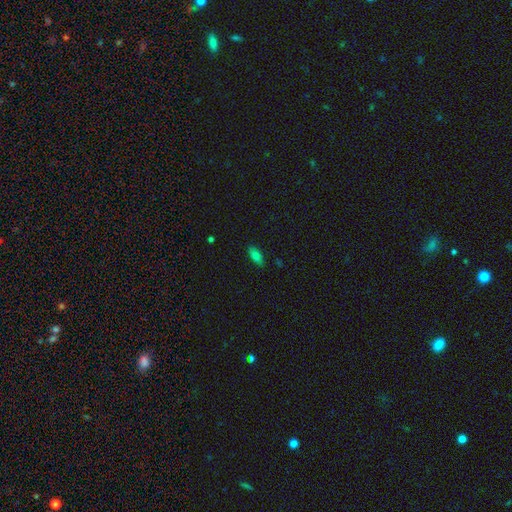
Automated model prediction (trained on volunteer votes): This is likely a smooth galaxy (76%). How rounded: clearly in between (82%). Merging: clearly none (86%).